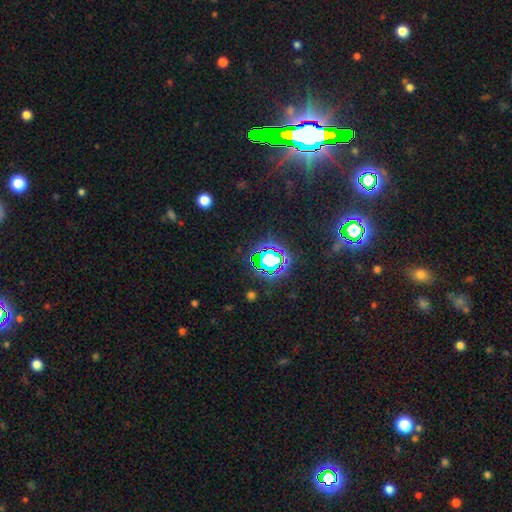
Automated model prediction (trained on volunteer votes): The model was most divided on "smooth or featured": star or artifact: 81%, smooth: 11%, featured or disk: 9%.